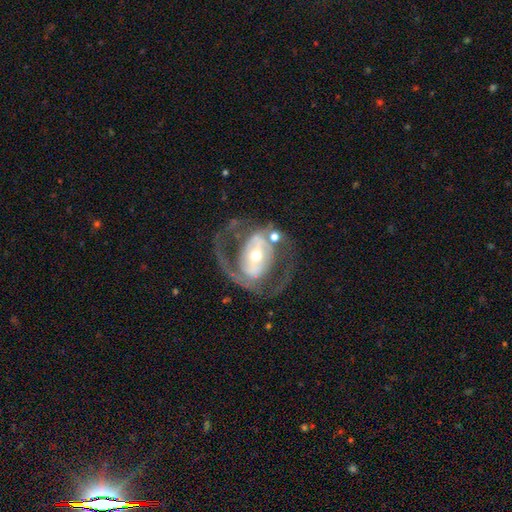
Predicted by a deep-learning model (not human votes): This is clearly a featured or disk galaxy (83%). It is clearly not viewed edge-on (95%). Bar: marginally strong (43%). Spiral arm pattern: likely yes (78%). Spiral arm count: clearly 2 (83%). Spiral winding: possibly medium (51%). Central bulge: possibly moderate (57%). Merging: likely none (60%).